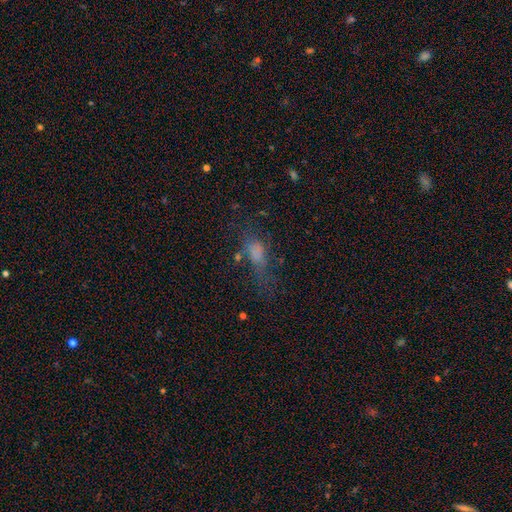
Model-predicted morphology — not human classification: Overall: smooth (48%; star or artifact 26%). Merging: none (49%; major disturbance 24%).